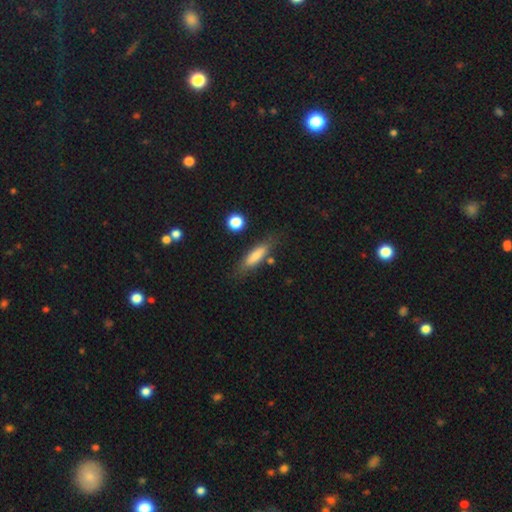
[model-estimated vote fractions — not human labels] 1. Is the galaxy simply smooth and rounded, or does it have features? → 78% smooth, 15% featured or disk, 7% star or artifact.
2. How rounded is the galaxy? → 62% cigar-shaped, 36% in between, 2% round.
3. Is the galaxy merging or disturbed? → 74% none, 16% minor disturbance, 5% major disturbance, 5% merger.